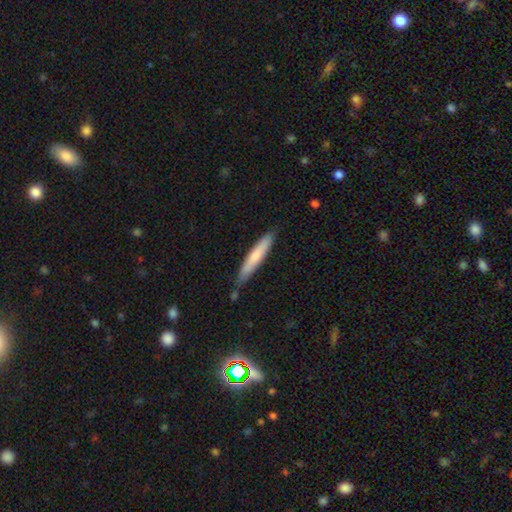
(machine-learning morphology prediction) This appears to be a smooth galaxy with no disk features (71%) that is cigar-shaped (93%). Merging: none (80%).